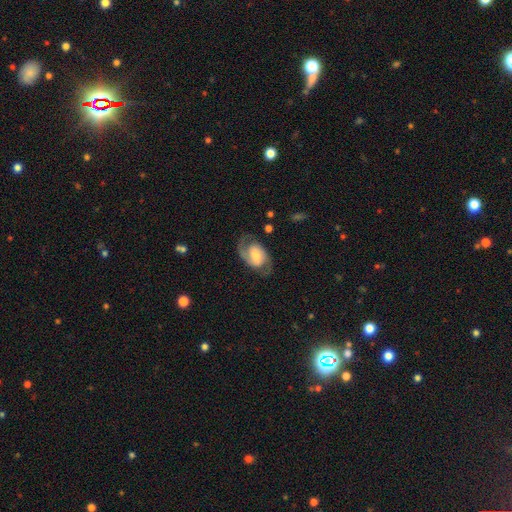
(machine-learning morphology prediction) Smooth or featured? featured or disk (78%)
Edge-on disk? no (97%)
Bar? no (42%, tied with weak)
Spiral arms? yes (94%)
Spiral winding? medium (52%)
Spiral arm count? 2 (88%)
Bulge size? moderate (39%)
Merging? none (73%)